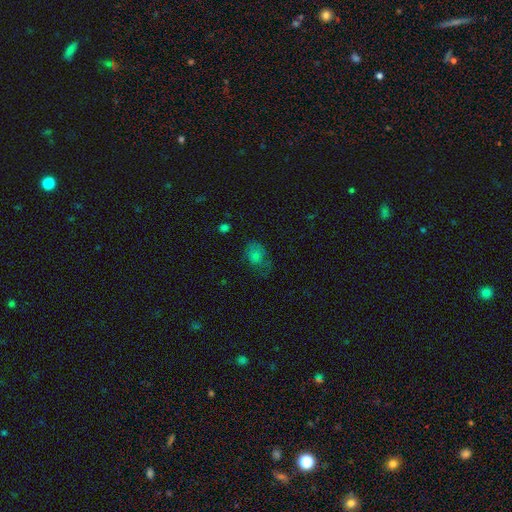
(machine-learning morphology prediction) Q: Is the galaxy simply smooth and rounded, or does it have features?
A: smooth — 70%.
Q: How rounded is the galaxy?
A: in between — 68%.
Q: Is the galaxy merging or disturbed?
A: none — 43%.